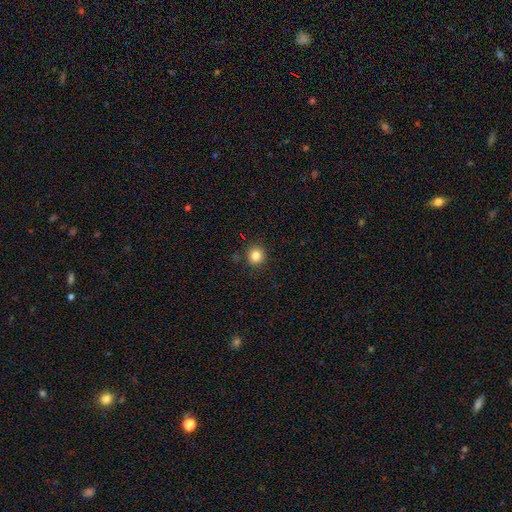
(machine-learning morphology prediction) This appears to be a smooth galaxy with no disk features (83%) that is round (91%). Merging: none (90%).